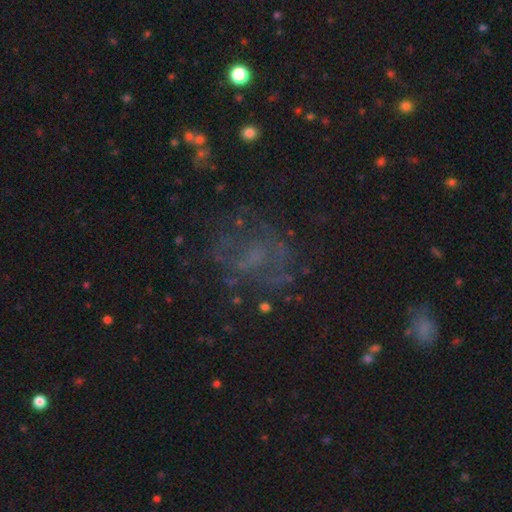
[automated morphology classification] This is possibly a featured or disk galaxy (51%). It is clearly not viewed edge-on (97%). Merging: possibly none (56%).